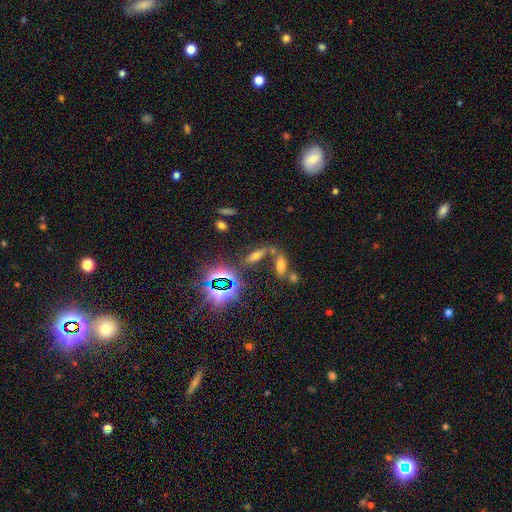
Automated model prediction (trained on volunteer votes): The model was most divided on "smooth or featured": smooth: 49%, star or artifact: 33%, featured or disk: 18%. More confident: merging — none (50%).